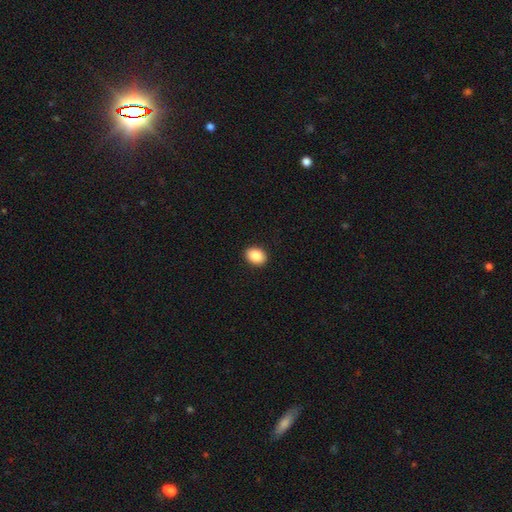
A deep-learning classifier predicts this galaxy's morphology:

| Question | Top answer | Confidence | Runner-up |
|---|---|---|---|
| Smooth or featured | smooth | 87% | star or artifact (8%) |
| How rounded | in between | 60% | round (39%) |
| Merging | none | 92% | minor disturbance (6%) |